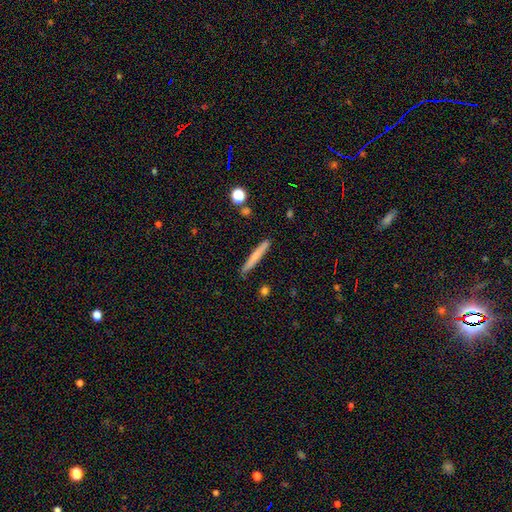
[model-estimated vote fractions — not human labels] This appears to be a smooth galaxy with no disk features (65%) that is cigar-shaped (95%). Merging: none (88%).